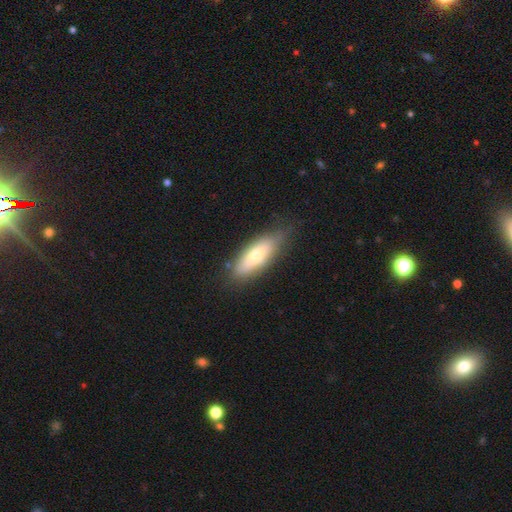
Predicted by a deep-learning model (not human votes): smooth-or-featured: smooth: 66% | featured or disk: 28% | star or artifact: 6%
  how-rounded: in between: 66% | cigar-shaped: 32% | round: 2%
  merging: none: 72% | minor disturbance: 21% | major disturbance: 5% | merger: 2%